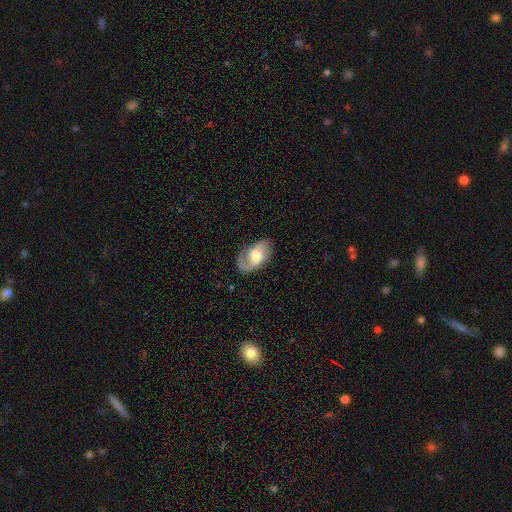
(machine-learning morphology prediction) This is likely a featured or disk galaxy (63%). It is clearly not viewed edge-on (95%). Bar: possibly no (52%). Spiral arm pattern: clearly yes (86%). Spiral arm count: likely 2 (61%). Spiral winding: marginally loose (45%). Central bulge: likely moderate (65%). Merging: likely none (67%).